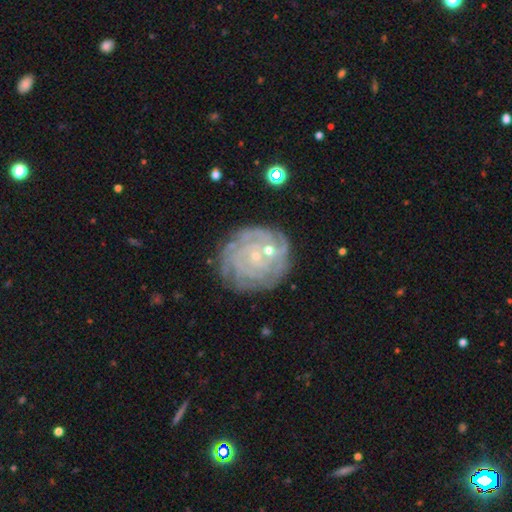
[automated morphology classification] A featured or disk galaxy (79%) with no bar (77%), tight (83%) spiral arms (92%) and a small central bulge (81%).

Vote fractions:
- Smooth or featured? featured or disk: 79% / smooth: 13% / star or artifact: 8%
- Edge-on disk? no: 97% / yes: 3%
- Bar? no: 77% / weak: 18% / strong: 5%
- Spiral arms? yes: 92% / no: 8%
- Spiral winding? tight: 83% / medium: 13% / loose: 4%
- Spiral arm count? can't tell: 39% / 4: 19% / more than 4: 13% / 3: 13% / 2: 9% / 1: 7%
- Bulge size? small: 81% / moderate: 14% / none: 3% / large: 1% / dominant: 1%
- Merging? none: 71% / minor disturbance: 15% / merger: 7% / major disturbance: 6%